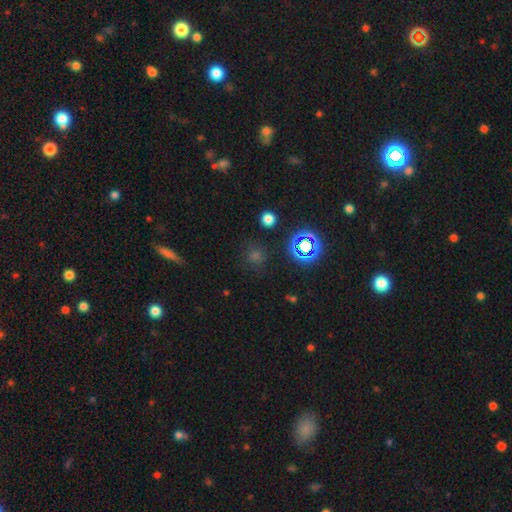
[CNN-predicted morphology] smooth-or-featured: smooth: 51% | star or artifact: 41% | featured or disk: 8%
  how-rounded: round: 90% | in between: 8% | cigar-shaped: 2%
  merging: none: 85% | minor disturbance: 9% | major disturbance: 3% | merger: 3%